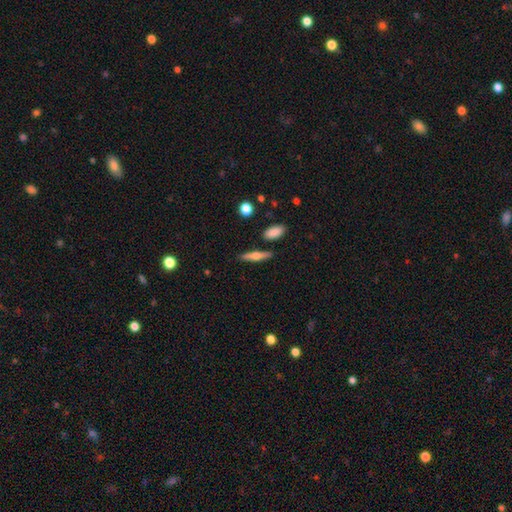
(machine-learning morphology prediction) type=smooth (48%); merging=none (84%).